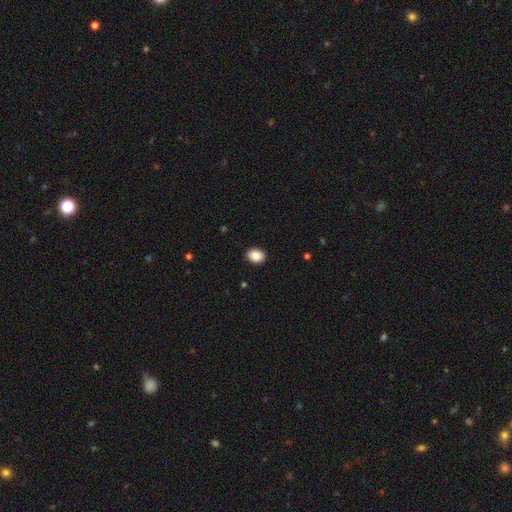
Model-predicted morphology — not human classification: A smooth galaxy with no disk features (89%) that is in between round and cigar-shaped (67%).

Vote fractions:
- Smooth or featured? smooth: 89% / star or artifact: 8% / featured or disk: 4%
- How rounded? in between: 67% / round: 32% / cigar-shaped: 1%
- Merging? none: 91% / minor disturbance: 7% / major disturbance: 2% / merger: 1%